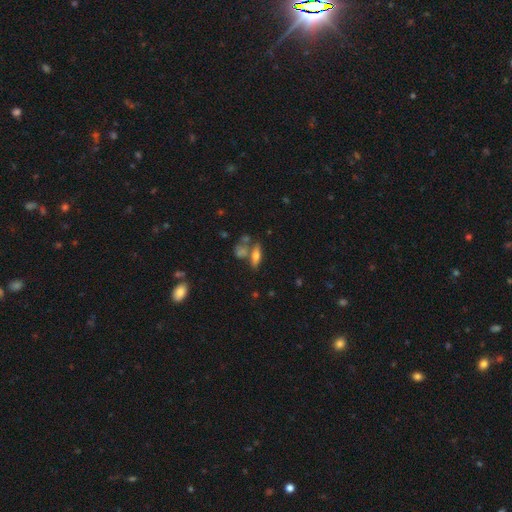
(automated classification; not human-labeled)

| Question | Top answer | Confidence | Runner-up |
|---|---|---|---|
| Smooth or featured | smooth | 54% | featured or disk (35%) |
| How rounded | in between | 49% | cigar-shaped (46%) |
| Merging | none | 59% | merger (22%) |